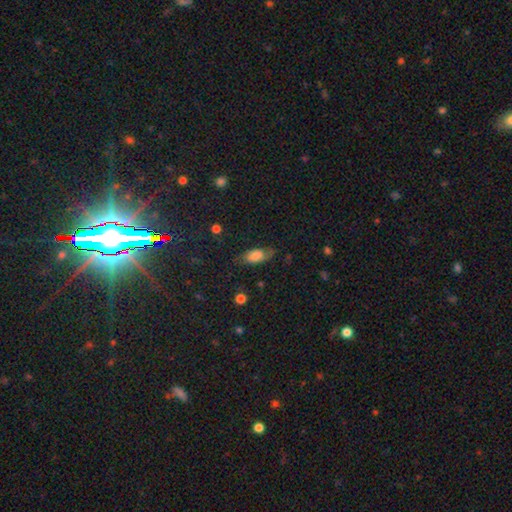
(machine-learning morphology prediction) type=smooth (67%); roundness=in between (87%); merging=none (60%).